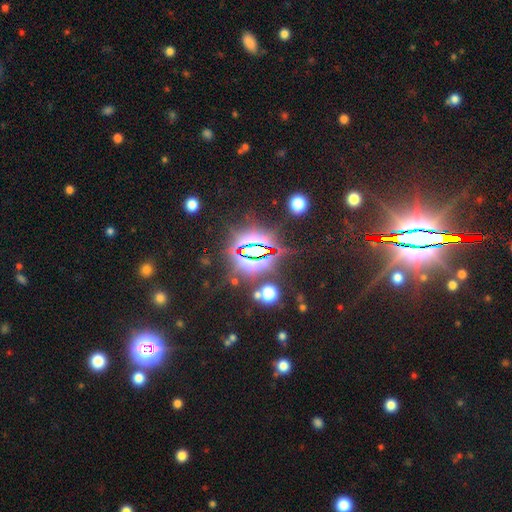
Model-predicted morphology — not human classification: Smooth or featured? Predicted: star or artifact (p=0.80).